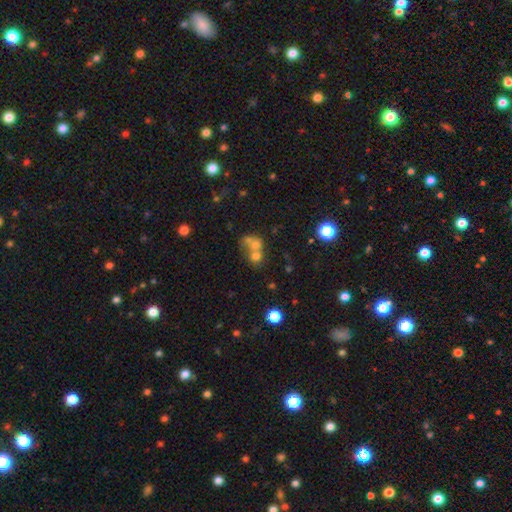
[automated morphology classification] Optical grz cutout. It shows a smooth galaxy with no disk features (63%) that is round (72%). Merging: merger (61%).